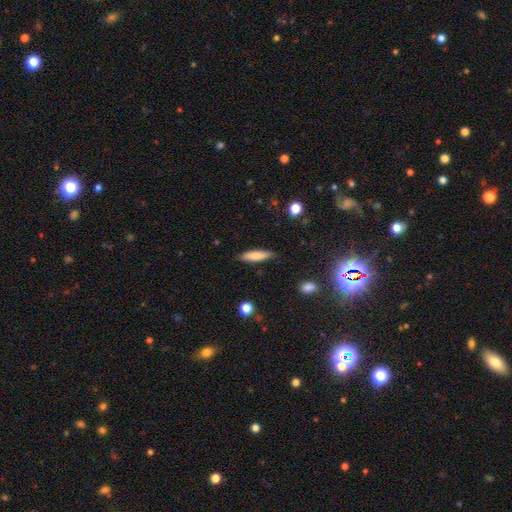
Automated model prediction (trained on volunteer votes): The model was most divided on "how rounded": cigar-shaped: 75%, in between: 23%, round: 2%. More confident: merging — none (86%); smooth or featured — smooth (76%).